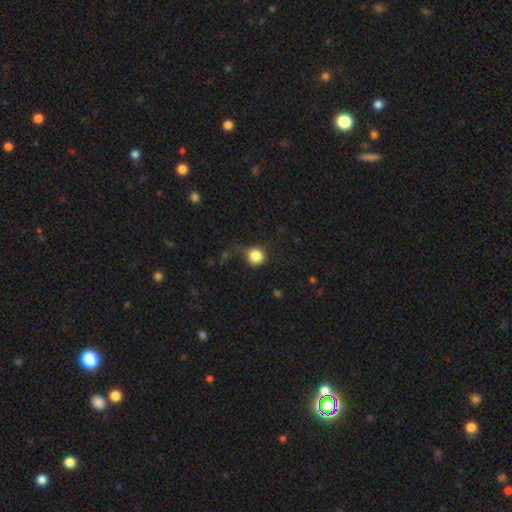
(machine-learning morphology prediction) Smooth or featured?
  - smooth: 83% *
  - star or artifact: 10%
  - featured or disk: 6%
How rounded?
  - round: 89% *
  - in between: 10%
  - cigar-shaped: 1%
Merging?
  - none: 54% *
  - minor disturbance: 30%
  - major disturbance: 13%
  - merger: 3%